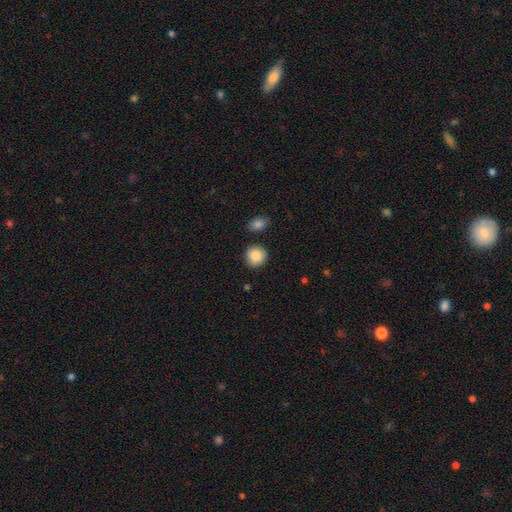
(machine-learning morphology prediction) Overall: smooth (87%). How rounded: round (87%). Merging: none (84%).